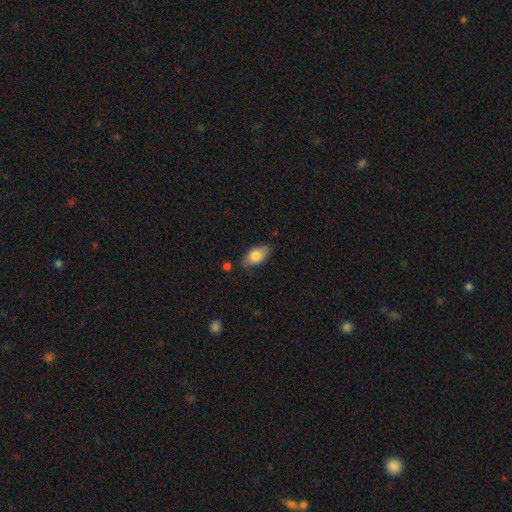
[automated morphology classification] smooth 82%, featured or disk 11%, star or artifact 7%. Down the decision tree: how rounded — in between (92%); merging — none (80%).